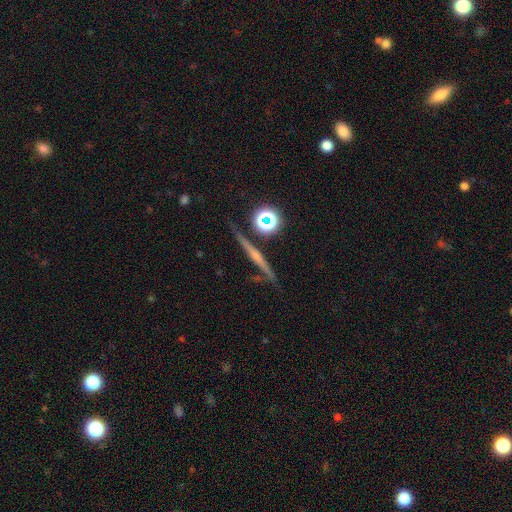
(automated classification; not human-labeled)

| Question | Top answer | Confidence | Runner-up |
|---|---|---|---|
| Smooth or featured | featured or disk | 63% | smooth (22%) |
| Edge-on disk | yes | 95% | no (5%) |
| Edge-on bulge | rounded | 50% | none (40%) |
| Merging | none | 83% | minor disturbance (11%) |